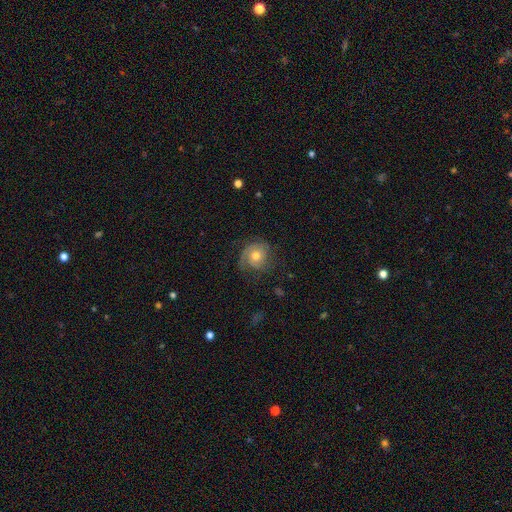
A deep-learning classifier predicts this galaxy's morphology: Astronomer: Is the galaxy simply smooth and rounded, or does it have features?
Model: featured or disk — 61%.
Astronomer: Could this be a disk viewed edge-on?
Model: no — 97%.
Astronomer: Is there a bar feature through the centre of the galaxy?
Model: no — 78%.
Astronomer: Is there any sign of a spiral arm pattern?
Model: yes — 89%.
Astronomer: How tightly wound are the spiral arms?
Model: tight — 48% (runner-up: medium, 35%).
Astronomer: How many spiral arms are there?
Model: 2 — 33% (runner-up: 1, 31%).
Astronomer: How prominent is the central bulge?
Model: moderate — 71%.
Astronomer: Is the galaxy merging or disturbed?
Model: none — 61%.